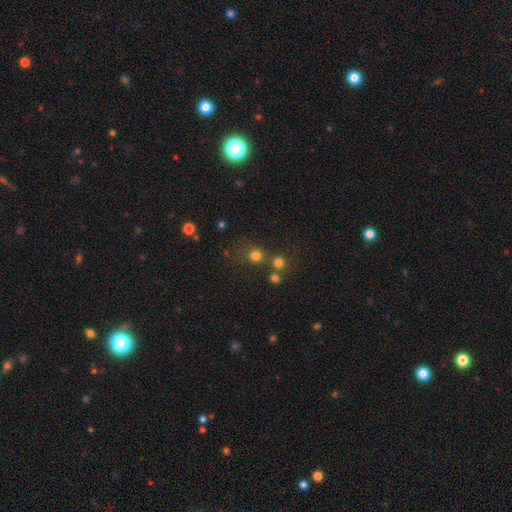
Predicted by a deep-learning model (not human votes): smooth_or_featured: smooth (p=0.74) [alt: star or artifact p=0.20]
how_rounded: round (p=0.89) [alt: in between p=0.10]
merging: none (p=0.65) [alt: merger p=0.21]